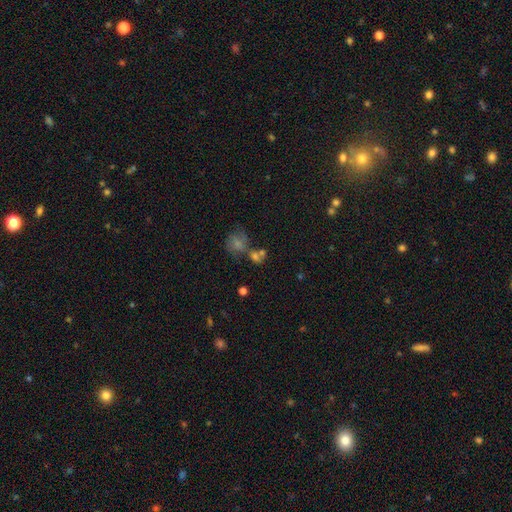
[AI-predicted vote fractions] Overall: smooth (56%; featured or disk 23%). How rounded: round (63%; in between 34%). Merging: merger (41%; none 39%).